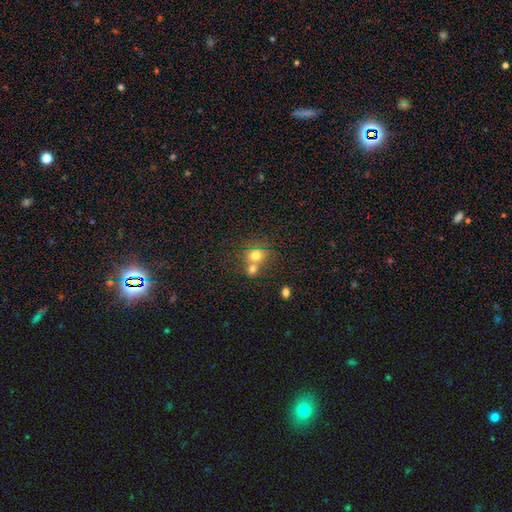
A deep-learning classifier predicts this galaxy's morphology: Smooth or featured? Predicted: smooth (p=0.73). How rounded? Predicted: round (p=0.77). Merging? Predicted: merger (p=0.51).